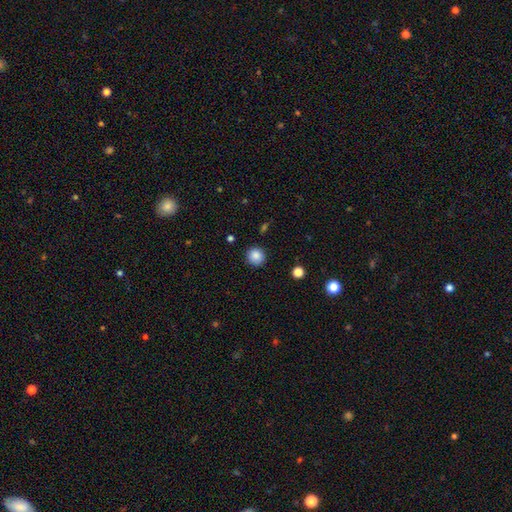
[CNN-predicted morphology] A smooth galaxy with no disk features (87%) that is round (92%). Merging: none (90%).